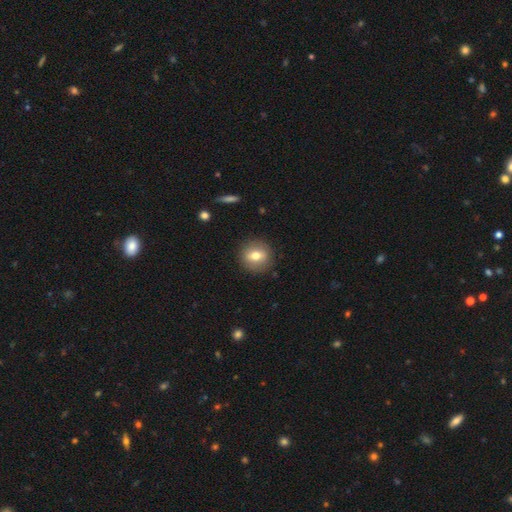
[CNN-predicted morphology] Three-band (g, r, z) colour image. It shows a smooth galaxy with no disk features (66%) that is round (82%). Merging: none (88%).